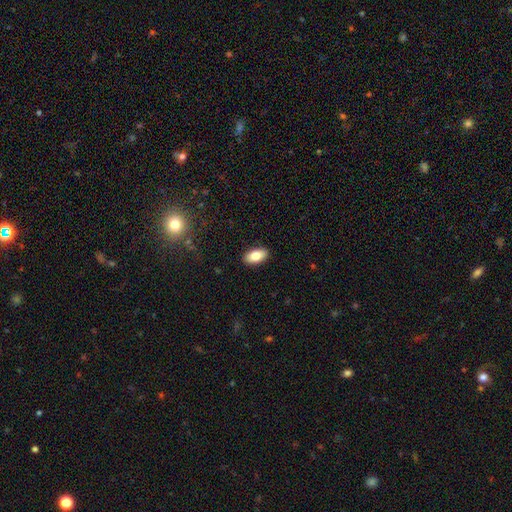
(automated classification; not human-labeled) Smooth or featured: smooth — 81% (featured or disk — 12%)
How rounded: in between — 93% (round — 4%)
Merging: none — 90% (minor disturbance — 8%)